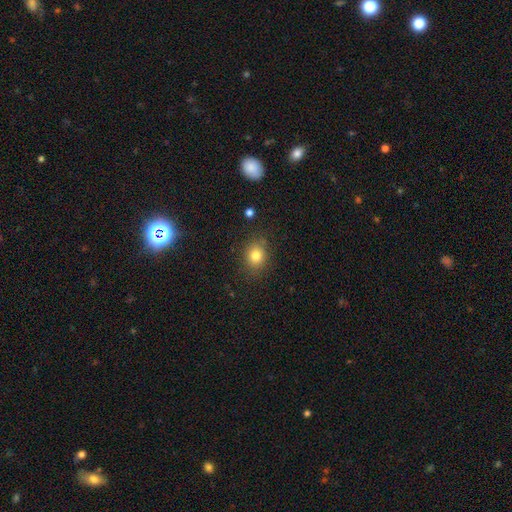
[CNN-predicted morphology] A smooth galaxy with no disk features (81%) that is round (65%).

Vote fractions:
- Smooth or featured? smooth: 81% / star or artifact: 12% / featured or disk: 7%
- How rounded? round: 65% / in between: 34% / cigar-shaped: 1%
- Merging? none: 83% / minor disturbance: 12% / major disturbance: 3% / merger: 2%